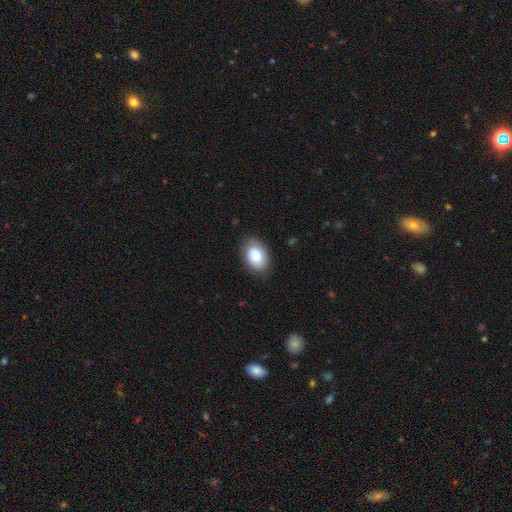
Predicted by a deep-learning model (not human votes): Overall: smooth (83%). How rounded: in between (86%). Merging: none (84%).